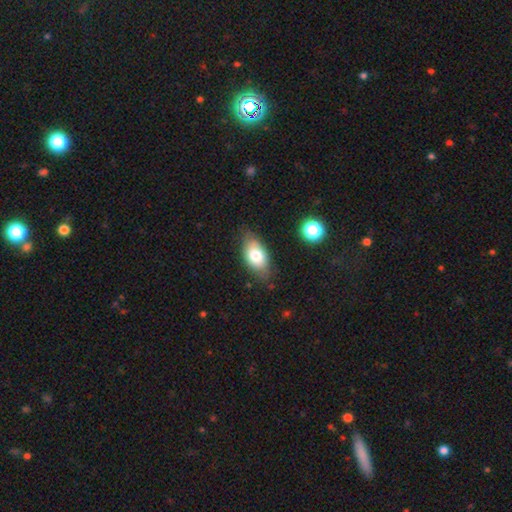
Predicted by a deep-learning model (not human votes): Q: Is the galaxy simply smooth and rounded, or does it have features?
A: smooth — 75%.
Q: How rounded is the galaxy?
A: in between — 91%.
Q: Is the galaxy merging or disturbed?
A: none — 74%.